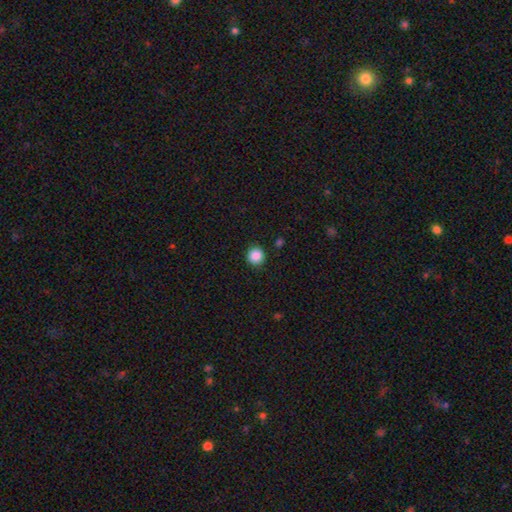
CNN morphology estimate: smooth-or-featured: smooth: 88% | star or artifact: 10% | featured or disk: 3%
  how-rounded: round: 92% | in between: 7% | cigar-shaped: 1%
  merging: none: 90% | minor disturbance: 7% | major disturbance: 2% | merger: 1%